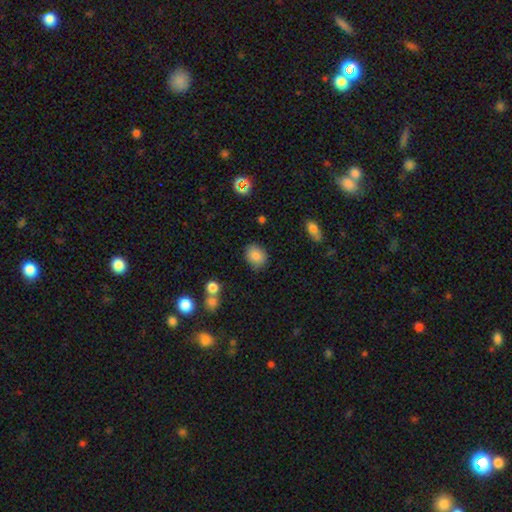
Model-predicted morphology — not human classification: A smooth galaxy with no disk features (85%) that is round (50%). Merging: none (83%).